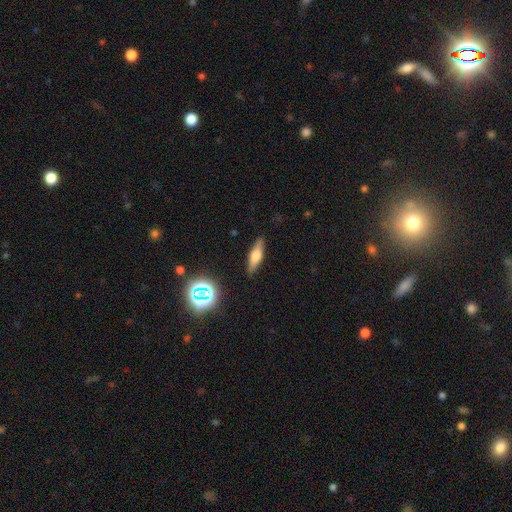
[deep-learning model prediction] A featured or disk galaxy (46%). Merging: none (87%).